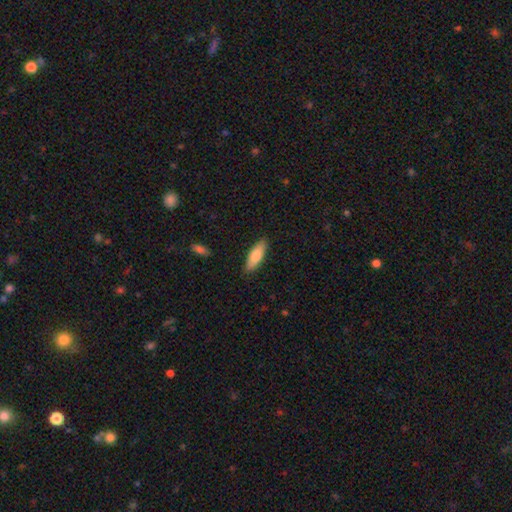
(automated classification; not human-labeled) Smooth or featured? smooth (76%)
How rounded? in between (62%)
Merging? none (87%)